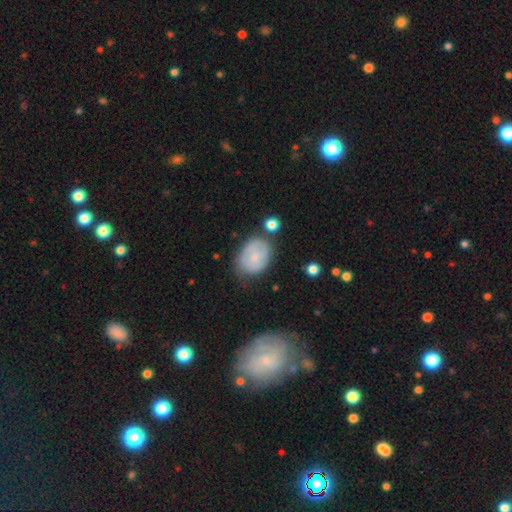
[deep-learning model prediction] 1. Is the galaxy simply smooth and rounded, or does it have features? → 53% smooth, 39% featured or disk, 7% star or artifact.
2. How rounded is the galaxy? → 70% in between, 29% round, 1% cigar-shaped.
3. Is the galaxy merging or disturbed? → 61% none, 25% minor disturbance, 8% major disturbance, 6% merger.